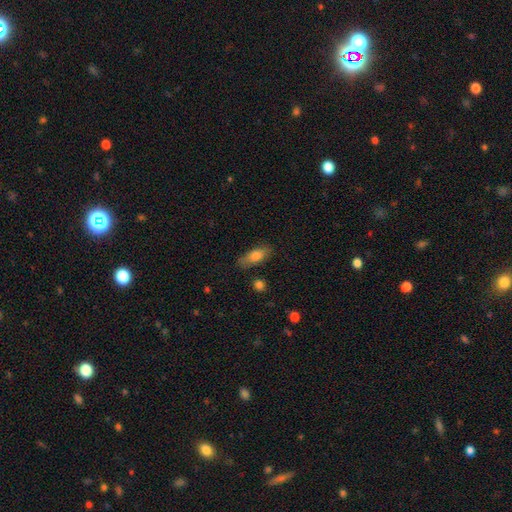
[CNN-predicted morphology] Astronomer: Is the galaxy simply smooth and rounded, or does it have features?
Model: smooth — 74%.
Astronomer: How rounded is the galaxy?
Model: in between — 69%.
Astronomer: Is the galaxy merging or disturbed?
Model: none — 80%.